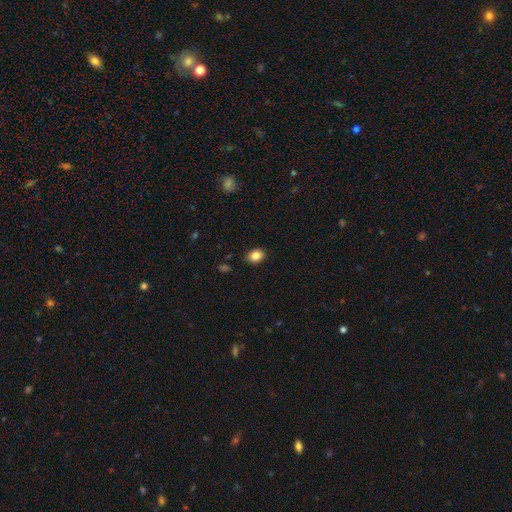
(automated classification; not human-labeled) This is clearly a smooth galaxy (85%). How rounded: possibly in between (60%). Merging: clearly none (87%).